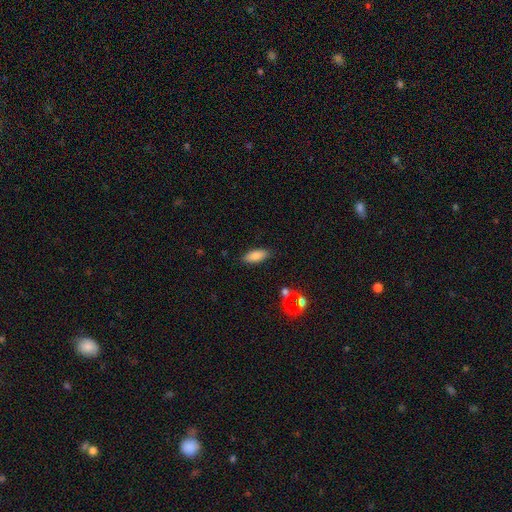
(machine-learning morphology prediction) Smooth or featured? smooth (83%)
How rounded? in between (80%)
Merging? none (84%)